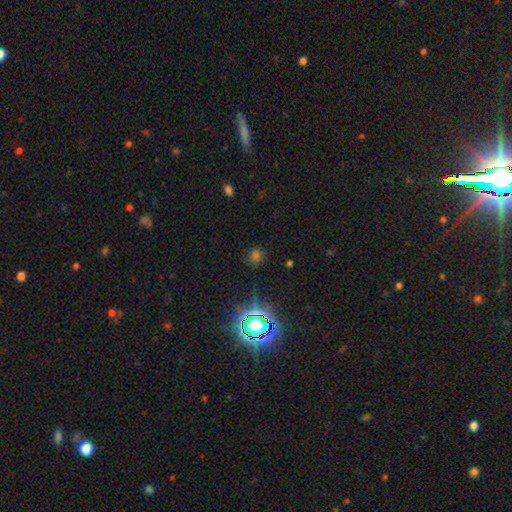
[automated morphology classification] Smooth or featured?
  - star or artifact: 50% *
  - smooth: 42%
  - featured or disk: 9%